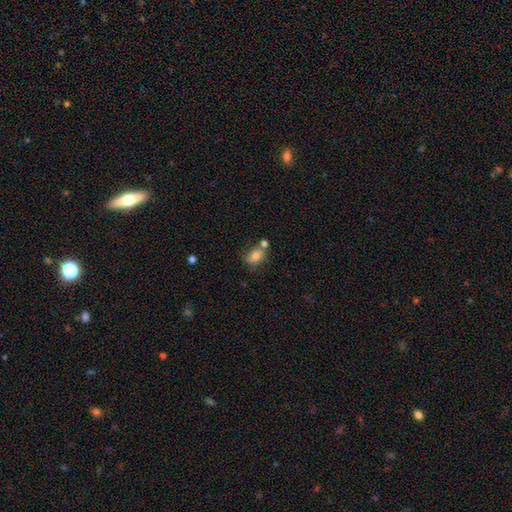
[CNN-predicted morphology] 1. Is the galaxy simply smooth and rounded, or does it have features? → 76% smooth, 14% featured or disk, 10% star or artifact.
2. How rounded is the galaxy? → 76% in between, 21% round, 3% cigar-shaped.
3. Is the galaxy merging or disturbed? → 52% none, 24% merger, 18% minor disturbance, 6% major disturbance.